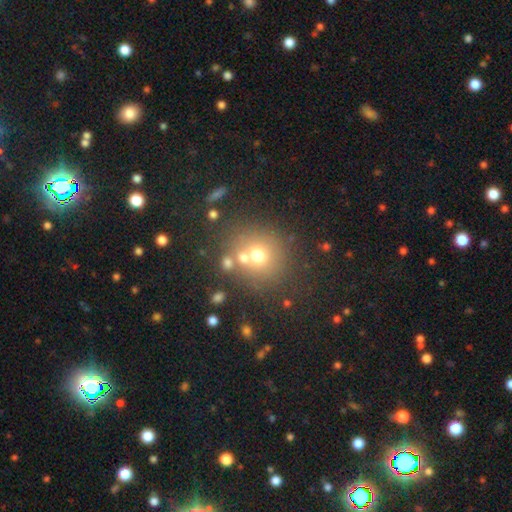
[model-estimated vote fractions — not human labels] Q: Smooth or featured?
A: smooth (63%); runner-up: star or artifact (19%)
Q: How rounded?
A: round (87%); runner-up: in between (12%)
Q: Merging?
A: none (64%); runner-up: merger (21%)